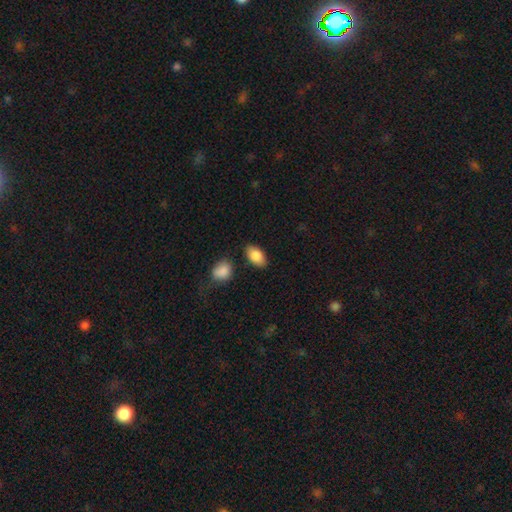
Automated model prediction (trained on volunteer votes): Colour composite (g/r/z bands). It shows a smooth galaxy with no disk features (86%) that is in between round and cigar-shaped (92%). Merging: none (82%).